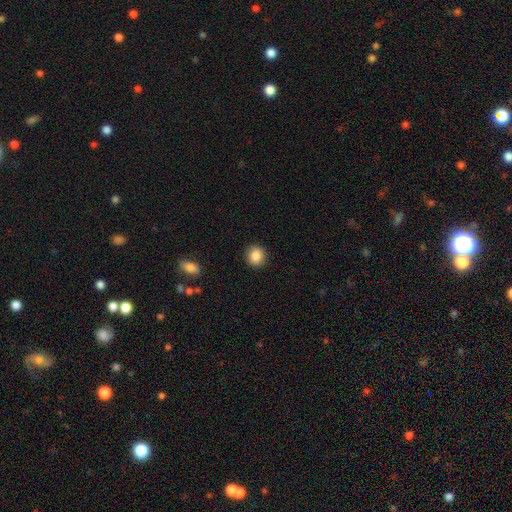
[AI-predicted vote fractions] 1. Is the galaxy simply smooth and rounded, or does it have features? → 86% smooth, 9% star or artifact, 5% featured or disk.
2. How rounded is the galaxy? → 86% round, 13% in between, 1% cigar-shaped.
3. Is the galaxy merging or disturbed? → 91% none, 6% minor disturbance, 2% major disturbance, 1% merger.